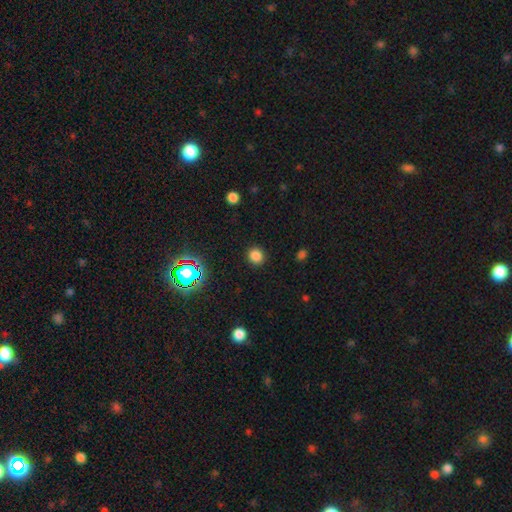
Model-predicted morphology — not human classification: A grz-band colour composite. It shows a smooth galaxy with no disk features (81%) that is round (88%). Merging: none (90%).